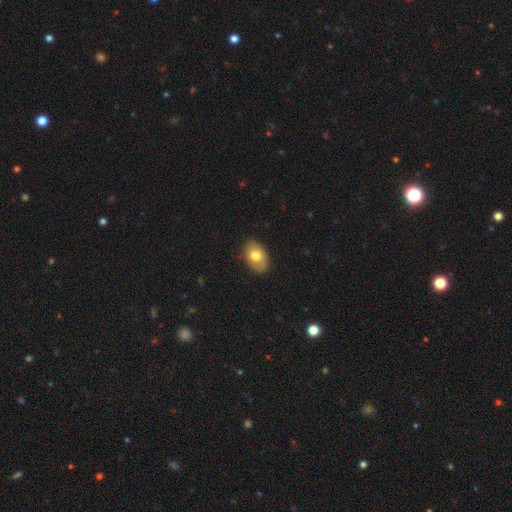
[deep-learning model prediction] This appears to be a smooth galaxy with no disk features (76%) that is in between round and cigar-shaped (87%). Merging: none (85%).